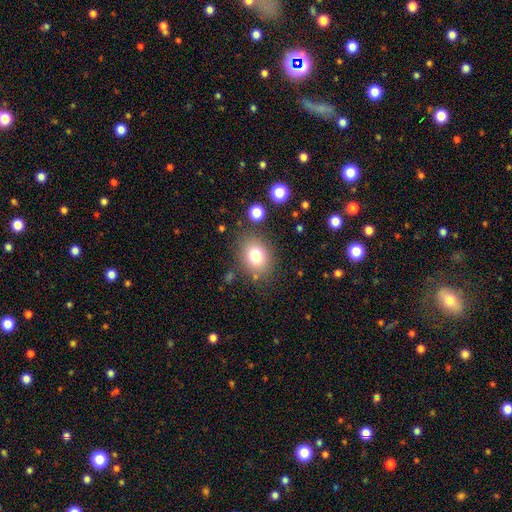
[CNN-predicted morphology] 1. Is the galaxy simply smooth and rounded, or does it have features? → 78% smooth, 11% star or artifact, 11% featured or disk.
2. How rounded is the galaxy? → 52% in between, 47% round, 1% cigar-shaped.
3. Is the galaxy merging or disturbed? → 78% none, 13% minor disturbance, 5% major disturbance, 4% merger.